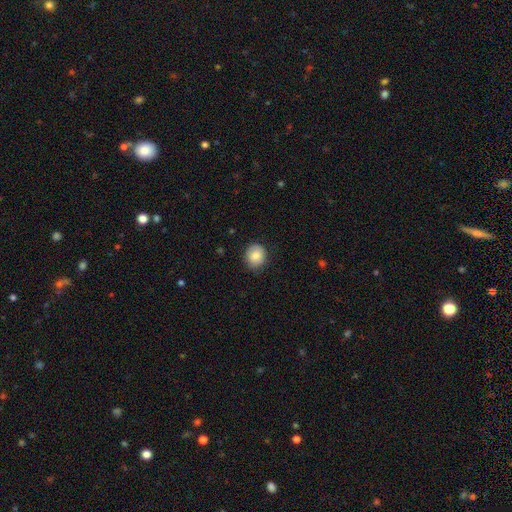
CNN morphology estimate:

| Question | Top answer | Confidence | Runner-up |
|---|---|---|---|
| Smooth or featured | smooth | 80% | featured or disk (13%) |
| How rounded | round | 79% | in between (21%) |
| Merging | none | 80% | minor disturbance (16%) |